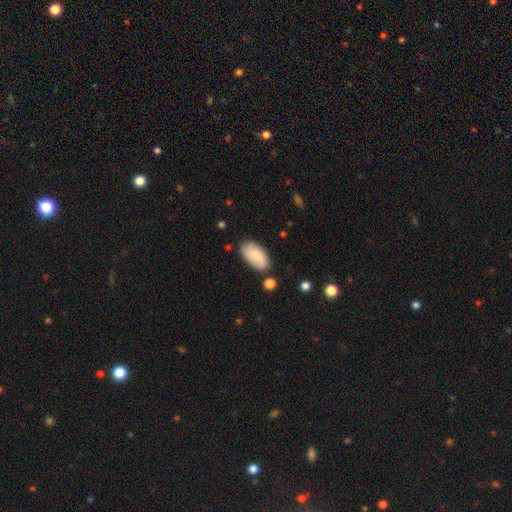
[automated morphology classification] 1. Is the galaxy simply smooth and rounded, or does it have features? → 73% smooth, 20% featured or disk, 7% star or artifact.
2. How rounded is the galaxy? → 94% in between, 3% round, 3% cigar-shaped.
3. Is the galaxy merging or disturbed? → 75% none, 17% minor disturbance, 4% major disturbance, 4% merger.